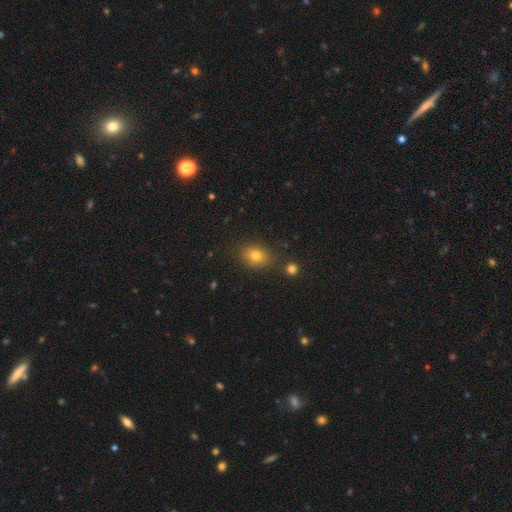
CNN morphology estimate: Smooth or featured: smooth — 76% (star or artifact — 14%)
How rounded: in between — 62% (round — 37%)
Merging: none — 81% (minor disturbance — 11%)